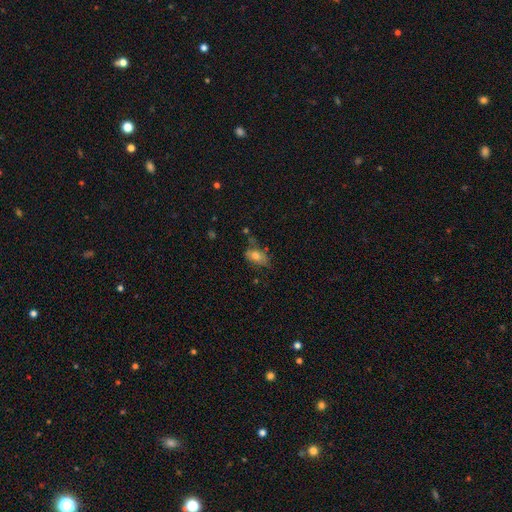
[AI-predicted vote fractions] Overall: smooth (70%). How rounded: in between (87%). Merging: none (52%; minor disturbance 29%).